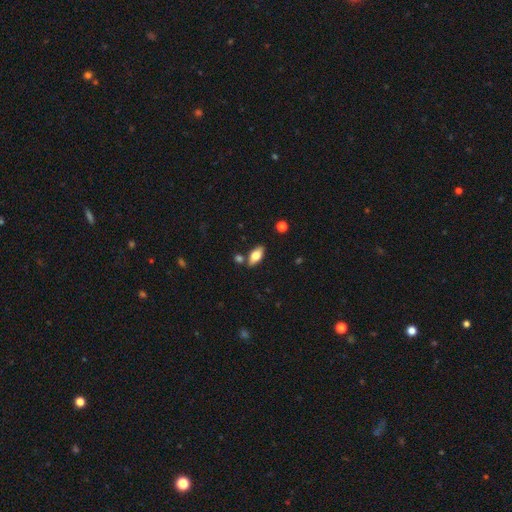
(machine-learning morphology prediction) A smooth galaxy with no disk features (71%) that is in between round and cigar-shaped (87%). Merging: none (79%).